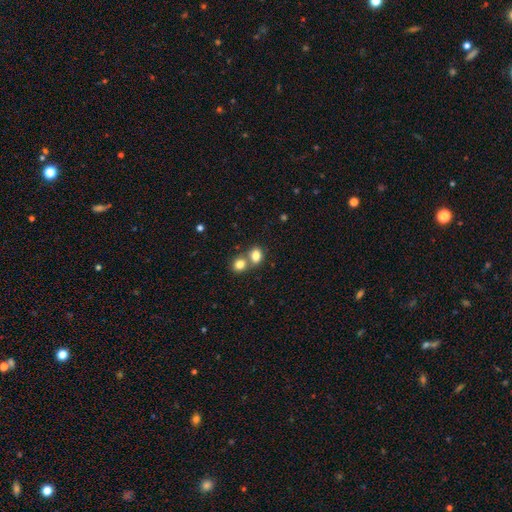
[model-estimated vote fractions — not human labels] Smooth or featured?
  - smooth: 81% *
  - star or artifact: 10%
  - featured or disk: 8%
How rounded?
  - in between: 57% *
  - round: 42%
  - cigar-shaped: 1%
Merging?
  - merger: 49% *
  - none: 40%
  - minor disturbance: 8%
  - major disturbance: 3%